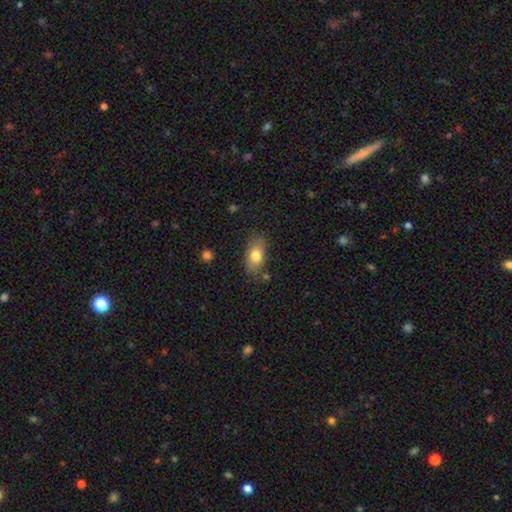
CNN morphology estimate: Overall: smooth (78%). How rounded: in between (87%). Merging: none (77%).